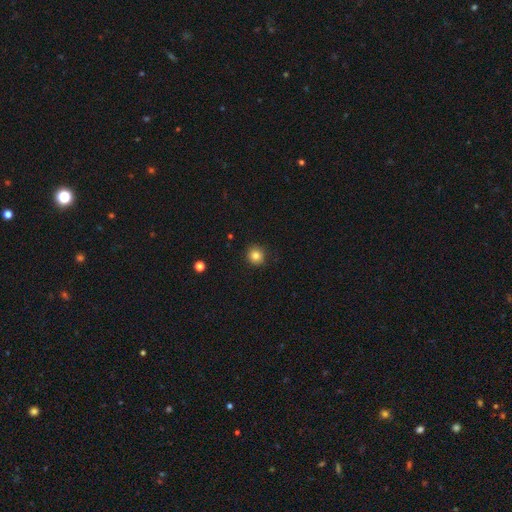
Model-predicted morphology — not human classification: smooth 83%, star or artifact 11%, featured or disk 6%. Down the decision tree: how rounded — round (91%); merging — none (90%).